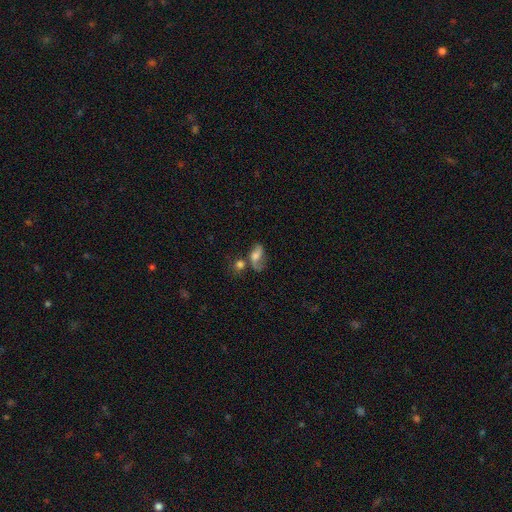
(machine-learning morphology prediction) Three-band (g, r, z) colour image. It shows a featured or disk galaxy (47%). Merging: none (36%).